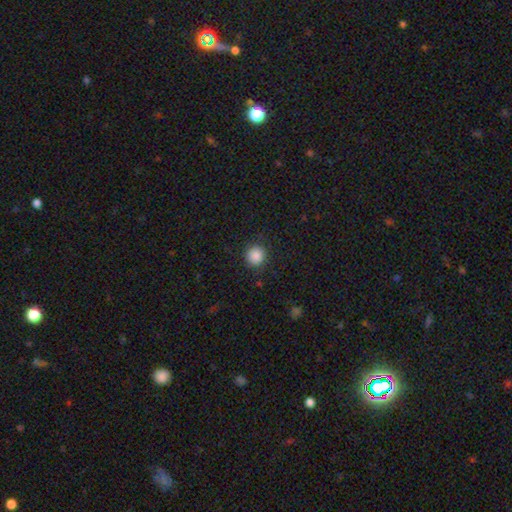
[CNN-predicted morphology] This appears to be a smooth galaxy with no disk features (88%) that is round (93%). Merging: none (89%).